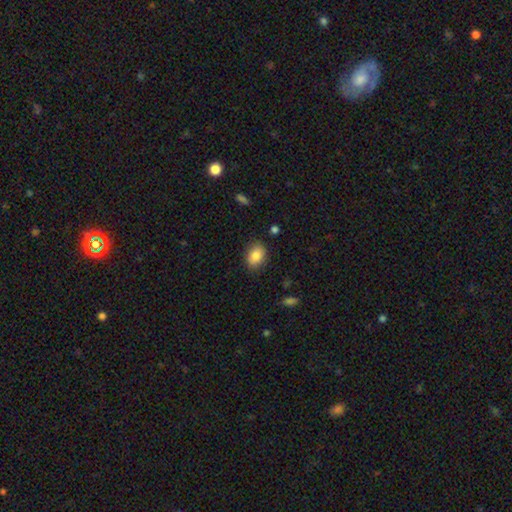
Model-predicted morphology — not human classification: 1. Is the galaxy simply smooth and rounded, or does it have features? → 83% smooth, 9% featured or disk, 8% star or artifact.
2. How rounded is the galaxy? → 76% in between, 23% round, 1% cigar-shaped.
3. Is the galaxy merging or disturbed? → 86% none, 11% minor disturbance, 3% major disturbance, 1% merger.